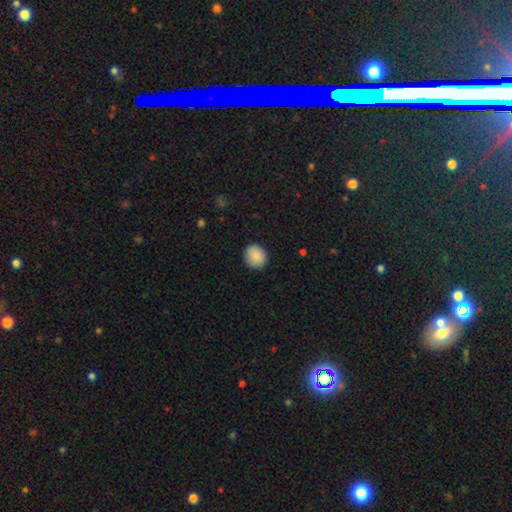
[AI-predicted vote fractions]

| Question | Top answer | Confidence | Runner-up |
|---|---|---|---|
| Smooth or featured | smooth | 89% | star or artifact (8%) |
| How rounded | round | 84% | in between (15%) |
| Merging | none | 89% | minor disturbance (8%) |